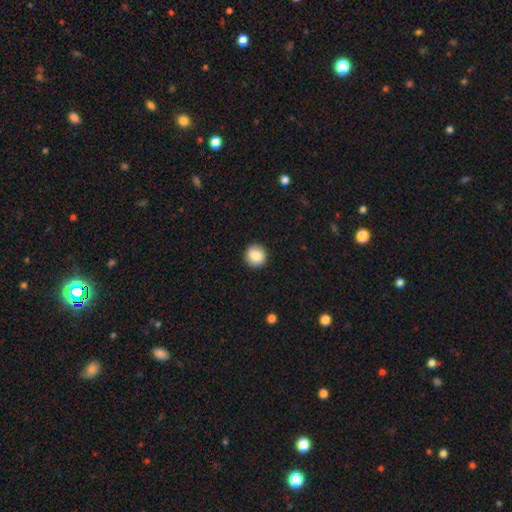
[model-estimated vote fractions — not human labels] Morphology: type=smooth (87%); roundness=round (93%); merging=none (92%).